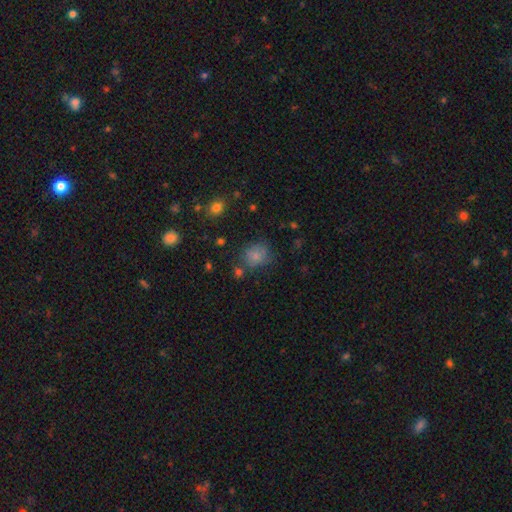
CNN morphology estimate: type=smooth (77%); roundness=round (68%); merging=none (65%).